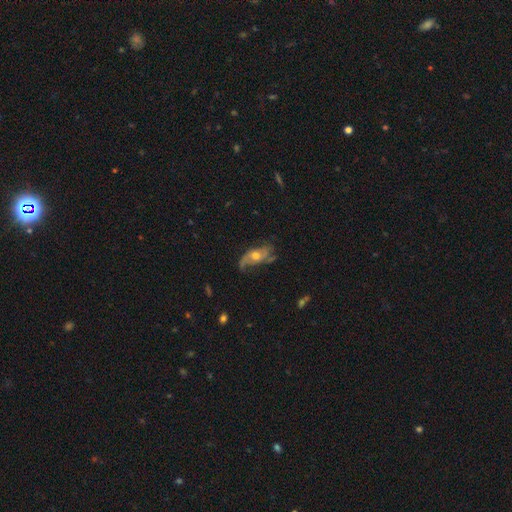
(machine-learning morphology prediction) This is likely a featured or disk galaxy (70%). It is clearly not viewed edge-on (91%). Bar: likely no (74%). Spiral arm pattern: clearly yes (83%). Spiral arm count: possibly 2 (54%). Spiral winding: possibly loose (53%). Central bulge: likely moderate (69%). Merging: possibly none (46%).